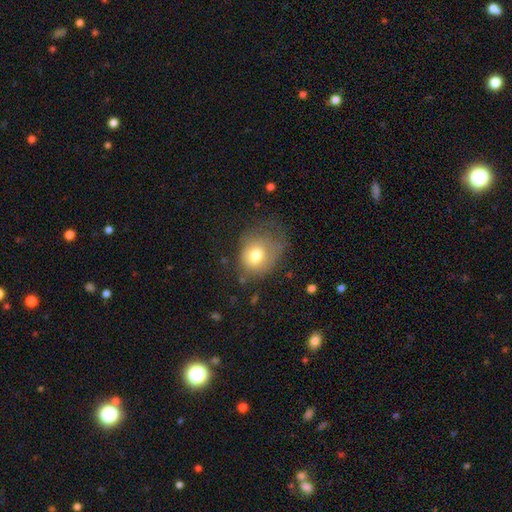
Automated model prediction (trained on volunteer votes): smooth_or_featured: smooth (p=0.73) [alt: featured or disk p=0.17]
how_rounded: round (p=0.58) [alt: in between p=0.41]
merging: none (p=0.39) [alt: minor disturbance p=0.31]